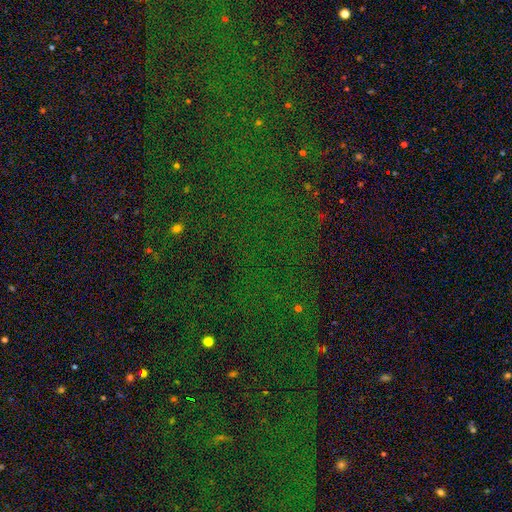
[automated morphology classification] star or artifact 81%, smooth 10%, featured or disk 9%.